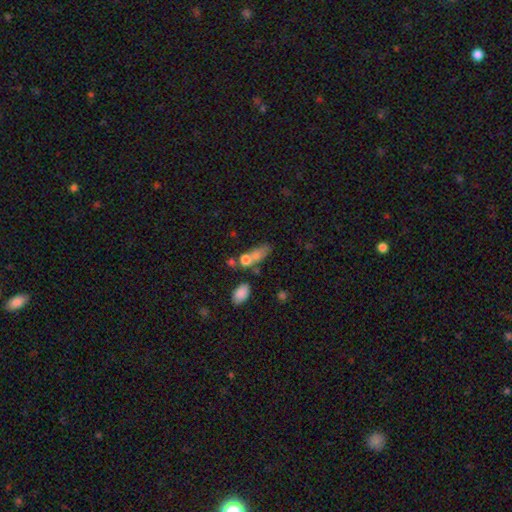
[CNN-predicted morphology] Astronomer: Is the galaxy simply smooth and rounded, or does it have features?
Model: smooth — 70%.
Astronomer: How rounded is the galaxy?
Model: in between — 65%.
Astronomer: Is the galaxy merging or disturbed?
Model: merger — 39% (runner-up: none, 34%).